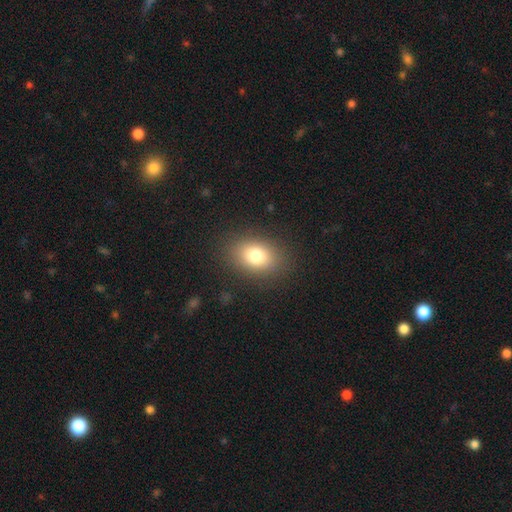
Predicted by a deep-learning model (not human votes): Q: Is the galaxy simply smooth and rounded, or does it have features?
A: smooth — 78%.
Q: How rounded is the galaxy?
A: in between — 71%.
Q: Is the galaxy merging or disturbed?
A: none — 86%.